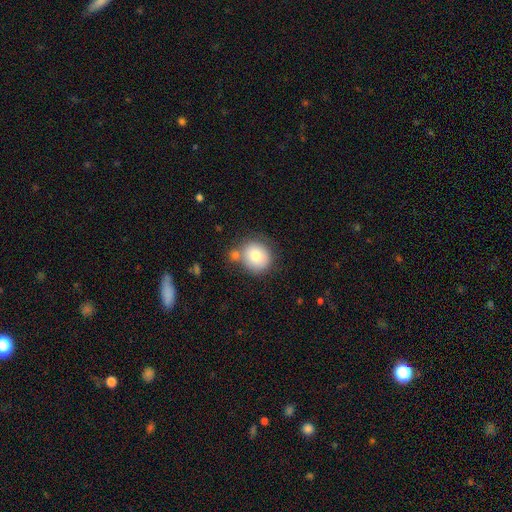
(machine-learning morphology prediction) Q: Smooth or featured?
A: smooth (80%); runner-up: featured or disk (12%)
Q: How rounded?
A: round (82%); runner-up: in between (17%)
Q: Merging?
A: none (58%); runner-up: merger (21%)